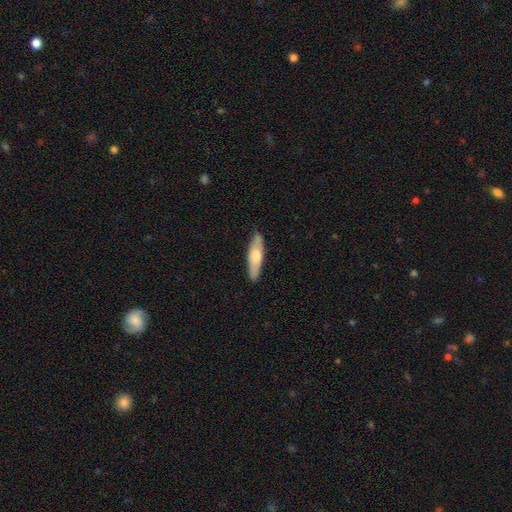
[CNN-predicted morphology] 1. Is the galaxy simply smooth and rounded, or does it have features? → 60% smooth, 35% featured or disk, 5% star or artifact.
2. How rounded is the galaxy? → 57% cigar-shaped, 41% in between, 2% round.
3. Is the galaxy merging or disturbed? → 86% none, 11% minor disturbance, 2% major disturbance, 1% merger.